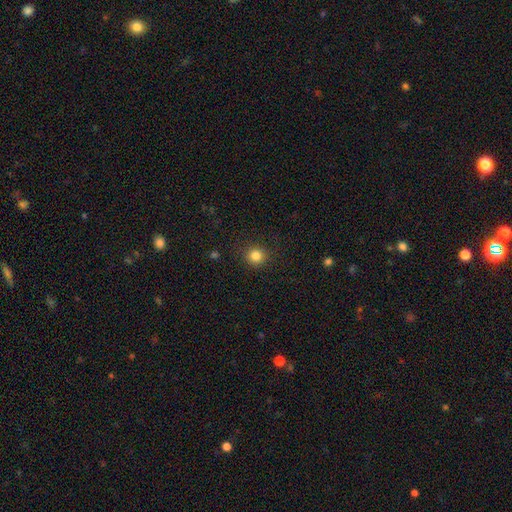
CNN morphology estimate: Q: Smooth or featured?
A: smooth (83%); runner-up: star or artifact (12%)
Q: How rounded?
A: round (91%); runner-up: in between (8%)
Q: Merging?
A: none (90%); runner-up: minor disturbance (7%)